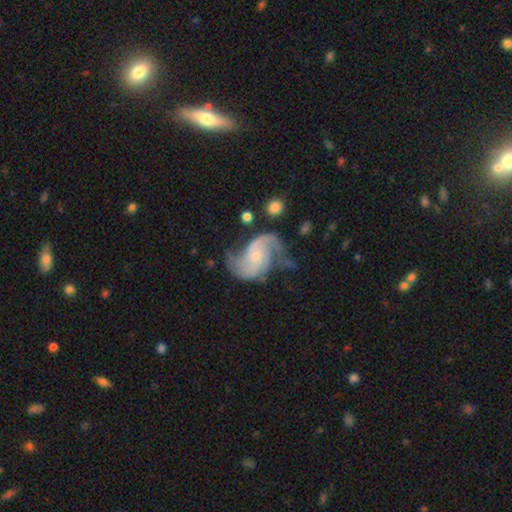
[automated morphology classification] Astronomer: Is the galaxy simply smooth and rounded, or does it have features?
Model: featured or disk — 89%.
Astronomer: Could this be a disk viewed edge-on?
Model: no — 98%.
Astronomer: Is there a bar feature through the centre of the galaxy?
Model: no — 60%.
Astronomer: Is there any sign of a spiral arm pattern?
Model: yes — 97%.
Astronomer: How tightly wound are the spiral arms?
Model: medium — 46% (runner-up: loose, 39%).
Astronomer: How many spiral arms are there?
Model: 2 — 88%.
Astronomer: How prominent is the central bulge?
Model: small — 66%.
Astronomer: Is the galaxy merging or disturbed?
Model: none — 56%.